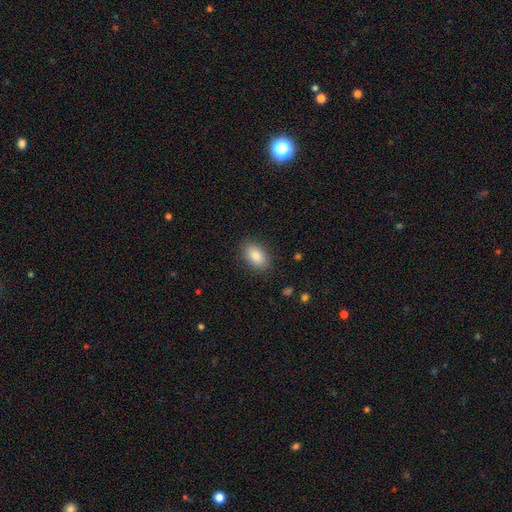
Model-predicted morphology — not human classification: A smooth galaxy with no disk features (86%) that is in between round and cigar-shaped (90%). Merging: none (87%).